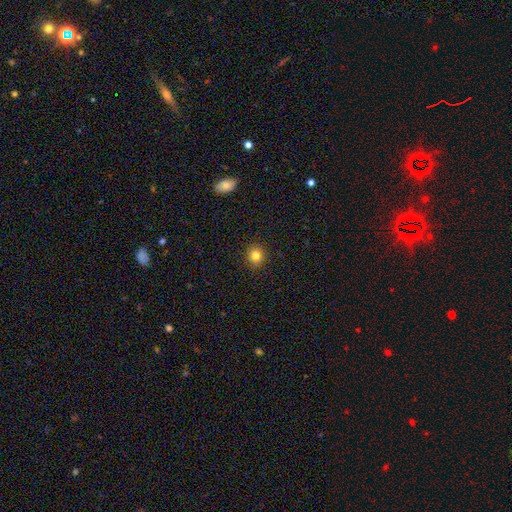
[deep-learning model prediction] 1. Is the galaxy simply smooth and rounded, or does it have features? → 82% smooth, 12% star or artifact, 6% featured or disk.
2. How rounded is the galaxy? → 87% round, 12% in between, 1% cigar-shaped.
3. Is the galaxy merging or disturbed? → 92% none, 5% minor disturbance, 2% major disturbance, 1% merger.